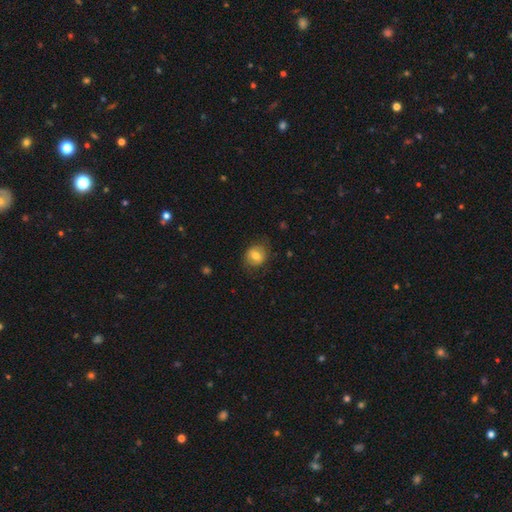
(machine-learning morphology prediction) The model was most divided on "how rounded": round: 64%, in between: 35%, cigar-shaped: 1%. More confident: merging — none (74%); smooth or featured — smooth (72%).